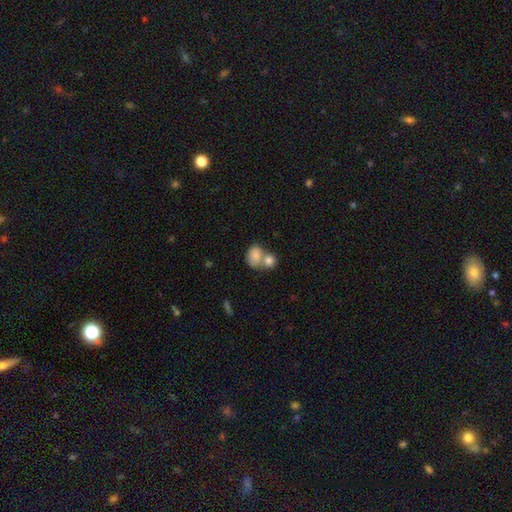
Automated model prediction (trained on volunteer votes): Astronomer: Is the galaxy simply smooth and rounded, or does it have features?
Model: smooth — 82%.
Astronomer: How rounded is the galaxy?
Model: in between — 55% (runner-up: round, 44%).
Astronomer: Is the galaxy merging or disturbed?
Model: merger — 59%.